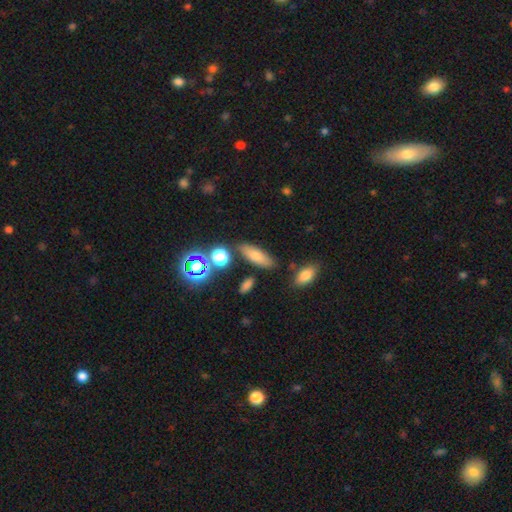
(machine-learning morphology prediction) Overall: smooth (72%). How rounded: in between (65%; cigar-shaped 30%). Merging: none (76%).